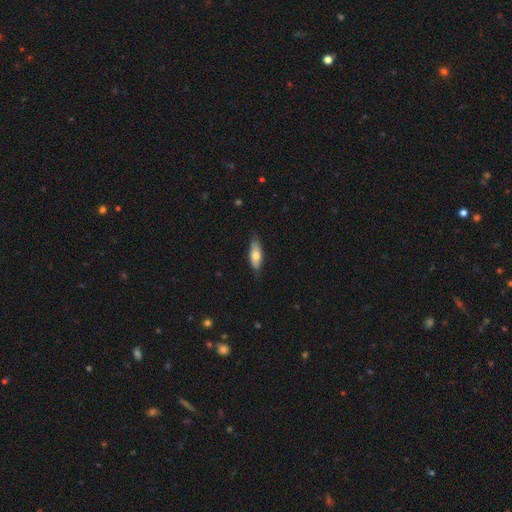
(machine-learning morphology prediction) Smooth or featured?
  - smooth: 72% *
  - featured or disk: 22%
  - star or artifact: 6%
How rounded?
  - in between: 67% *
  - cigar-shaped: 30%
  - round: 2%
Merging?
  - none: 80% *
  - minor disturbance: 17%
  - major disturbance: 2%
  - merger: 1%